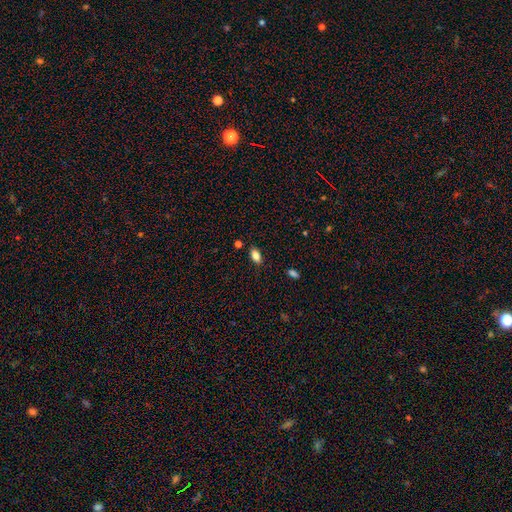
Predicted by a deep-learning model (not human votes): Morphology: type=smooth (83%); roundness=in between (90%); merging=none (85%).